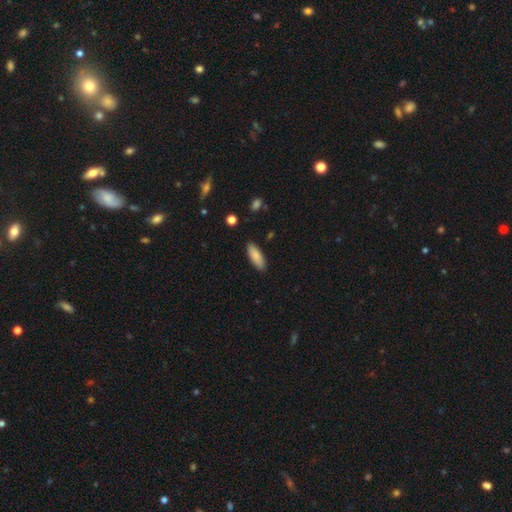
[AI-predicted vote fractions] This appears to be a smooth galaxy with no disk features (86%) that is in between round and cigar-shaped (68%). Merging: none (88%).